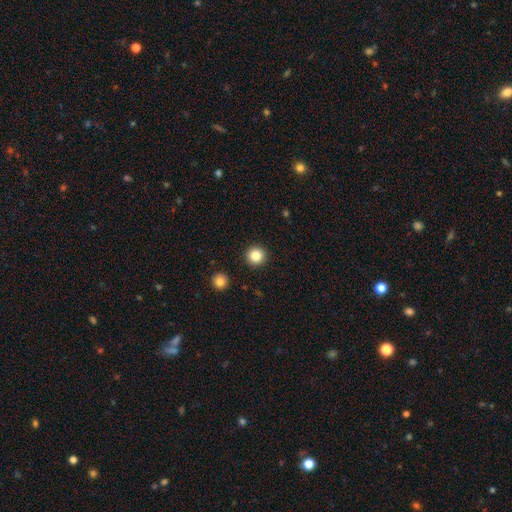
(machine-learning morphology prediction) smooth_or_featured: smooth (p=0.84) [alt: star or artifact p=0.11]
how_rounded: round (p=0.95) [alt: in between p=0.04]
merging: none (p=0.92) [alt: minor disturbance p=0.05]